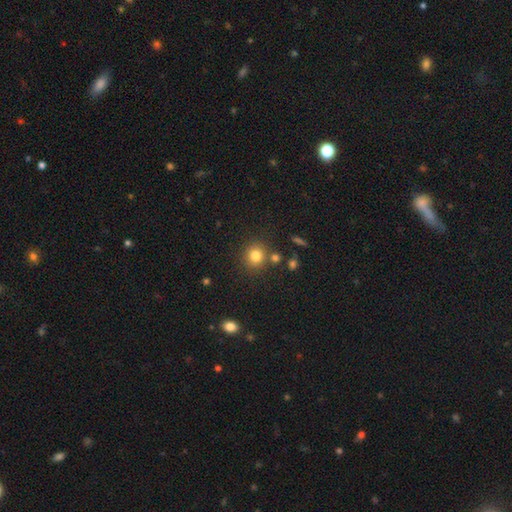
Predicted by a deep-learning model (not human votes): This appears to be a smooth galaxy with no disk features (80%) that is round (88%). Merging: none (80%).